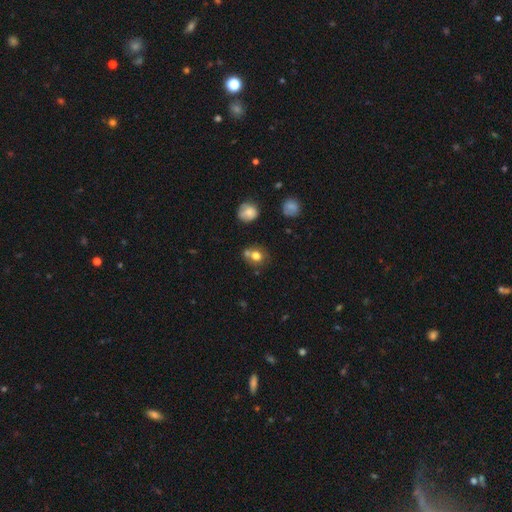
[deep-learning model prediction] Morphology: type=smooth (75%); roundness=round (75%); merging=none (52%).